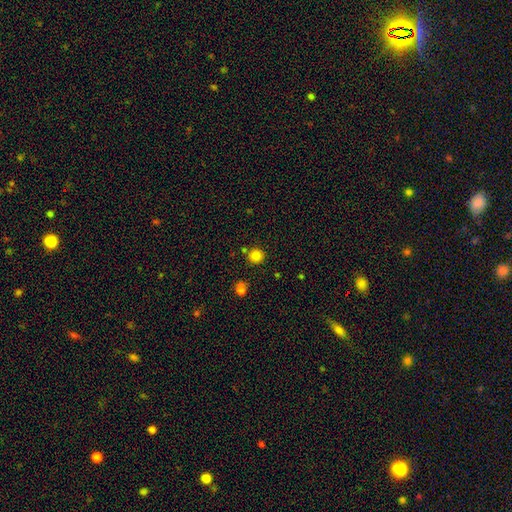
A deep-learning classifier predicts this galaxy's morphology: Smooth or featured? smooth (83%)
How rounded? round (93%)
Merging? none (82%)